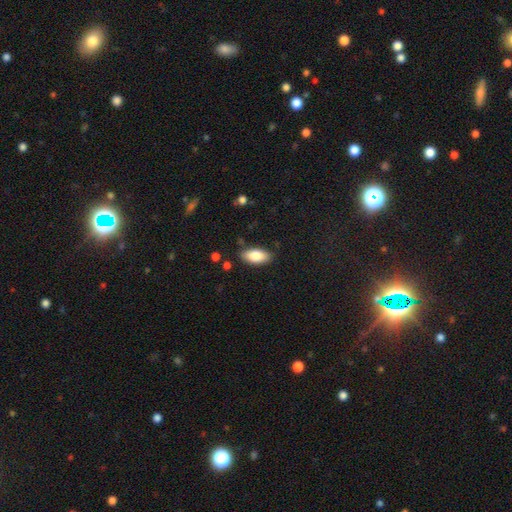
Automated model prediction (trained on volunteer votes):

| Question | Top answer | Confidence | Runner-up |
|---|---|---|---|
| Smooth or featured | smooth | 85% | featured or disk (9%) |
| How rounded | in between | 90% | cigar-shaped (7%) |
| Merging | none | 86% | minor disturbance (11%) |